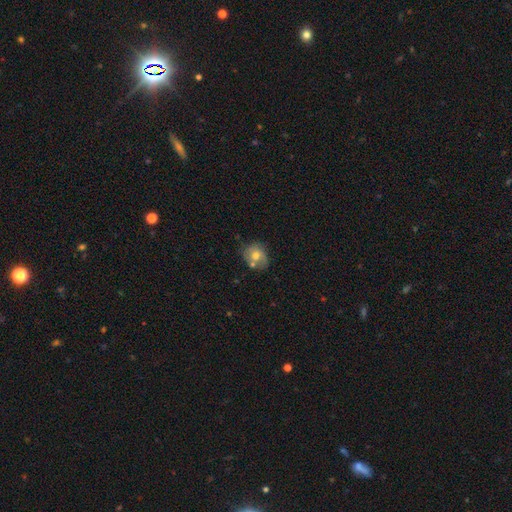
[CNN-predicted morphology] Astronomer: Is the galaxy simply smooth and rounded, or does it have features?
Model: smooth — 57% (runner-up: featured or disk, 34%).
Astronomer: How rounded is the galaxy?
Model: round — 60% (runner-up: in between, 39%).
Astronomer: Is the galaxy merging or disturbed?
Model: none — 50%.